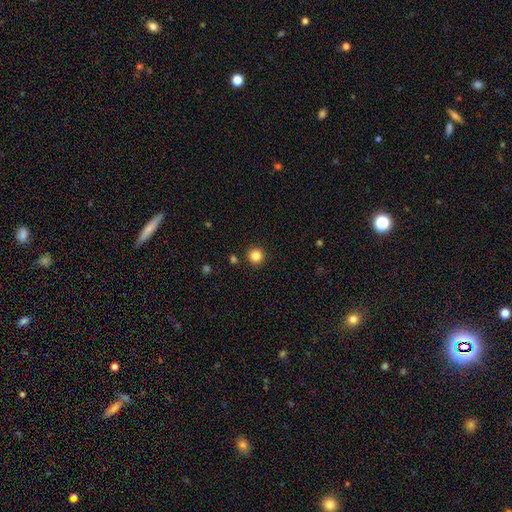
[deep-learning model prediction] A smooth galaxy with no disk features (85%) that is round (95%). Merging: none (91%).